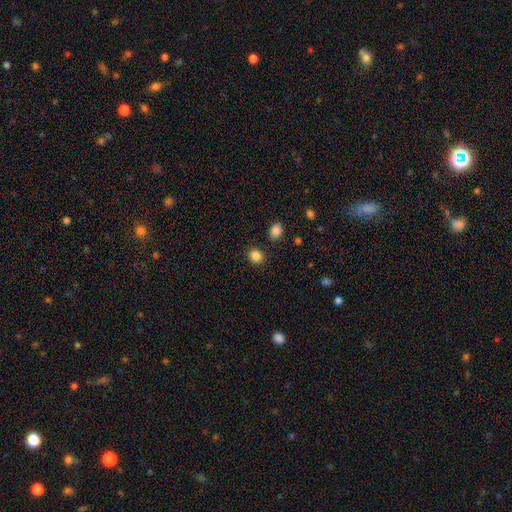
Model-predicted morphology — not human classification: A smooth galaxy with no disk features (86%) that is round (78%). Merging: none (87%).